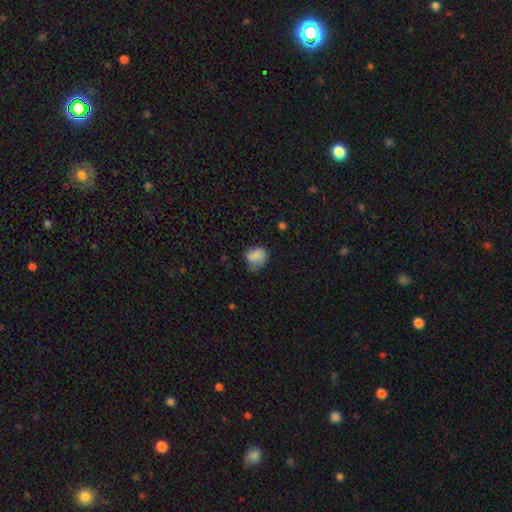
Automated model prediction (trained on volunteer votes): smooth 81%, featured or disk 10%, star or artifact 9%. Down the decision tree: how rounded — in between (50%); merging — none (48%).